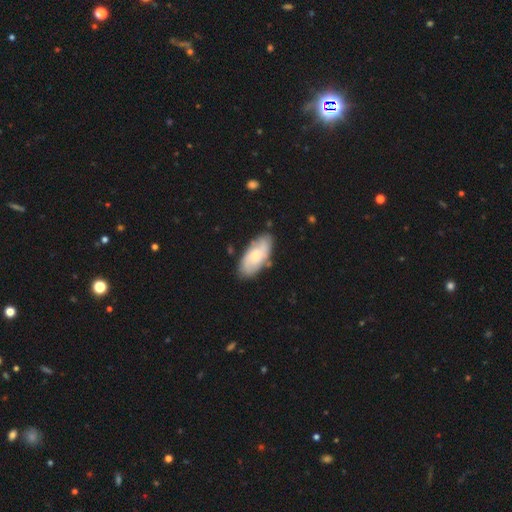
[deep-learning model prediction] Overall: smooth (50%; featured or disk 44%). Merging: none (76%).